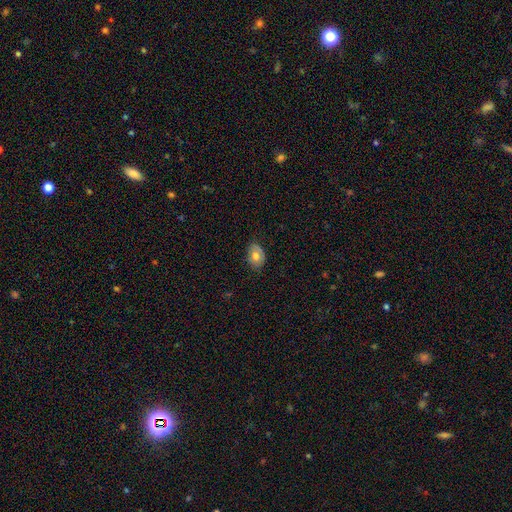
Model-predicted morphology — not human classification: Overall: smooth (68%). How rounded: in between (76%). Merging: none (75%).